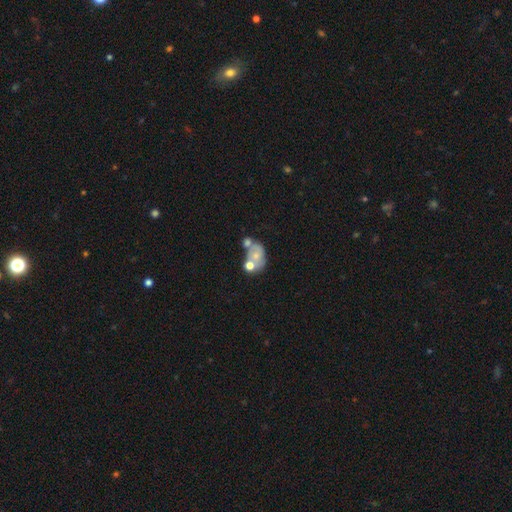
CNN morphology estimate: This is possibly a smooth galaxy (48%). Merging: possibly merger (48%).